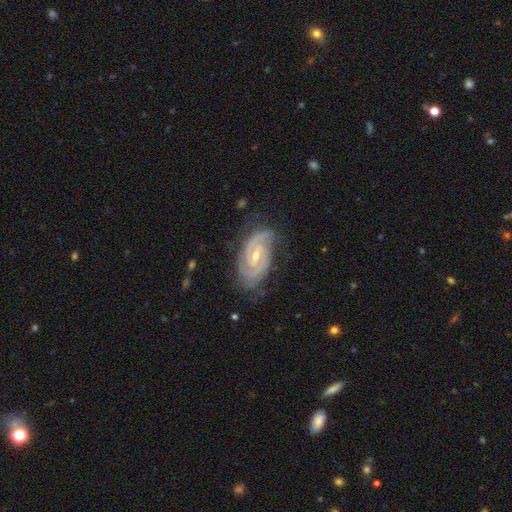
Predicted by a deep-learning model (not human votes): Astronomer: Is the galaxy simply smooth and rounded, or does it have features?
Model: featured or disk — 91%.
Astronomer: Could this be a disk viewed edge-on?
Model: no — 97%.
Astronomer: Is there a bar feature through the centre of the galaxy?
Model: weak — 51% (runner-up: no, 30%).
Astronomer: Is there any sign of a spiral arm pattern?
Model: yes — 98%.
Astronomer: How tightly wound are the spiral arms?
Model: tight — 61%.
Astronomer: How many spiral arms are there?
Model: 2 — 72%.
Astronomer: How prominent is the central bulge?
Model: small — 62%.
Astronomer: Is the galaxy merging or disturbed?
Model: none — 76%.